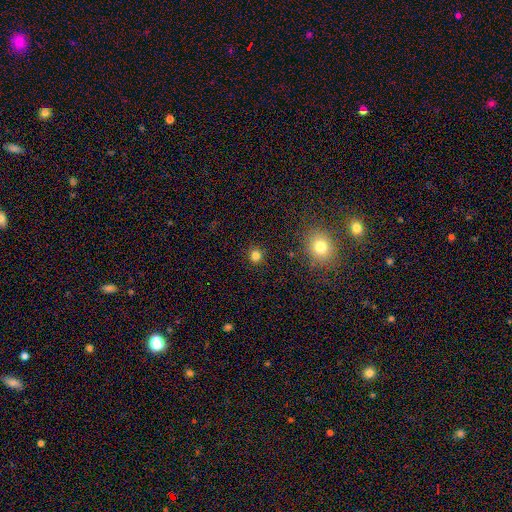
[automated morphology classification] Smooth or featured? smooth (80%)
How rounded? round (87%)
Merging? none (90%)